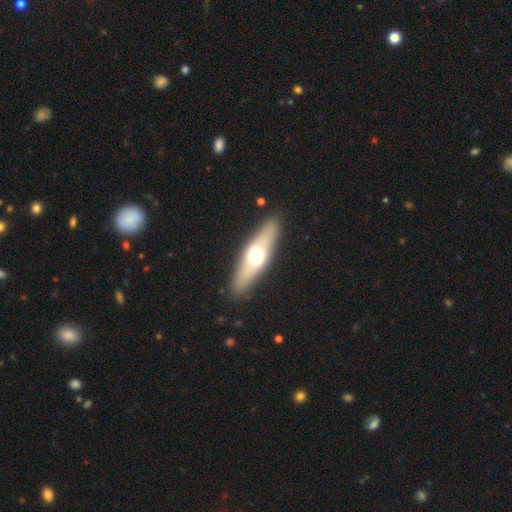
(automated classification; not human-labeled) Overall: smooth (49%; featured or disk 45%). Merging: none (88%).